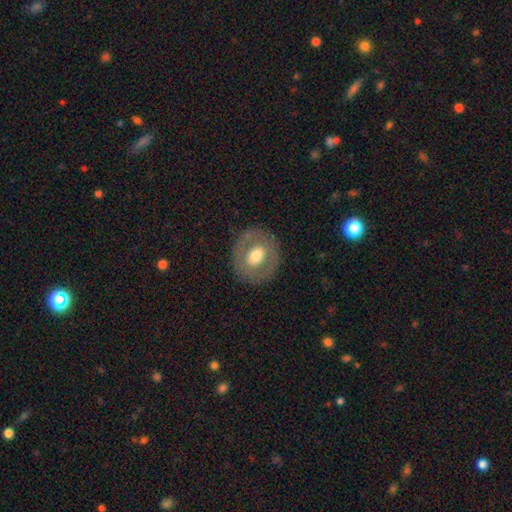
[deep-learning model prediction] Smooth or featured?
  - smooth: 54% *
  - featured or disk: 39%
  - star or artifact: 7%
How rounded?
  - round: 71% *
  - in between: 28%
  - cigar-shaped: 1%
Merging?
  - none: 84% *
  - minor disturbance: 10%
  - major disturbance: 5%
  - merger: 1%